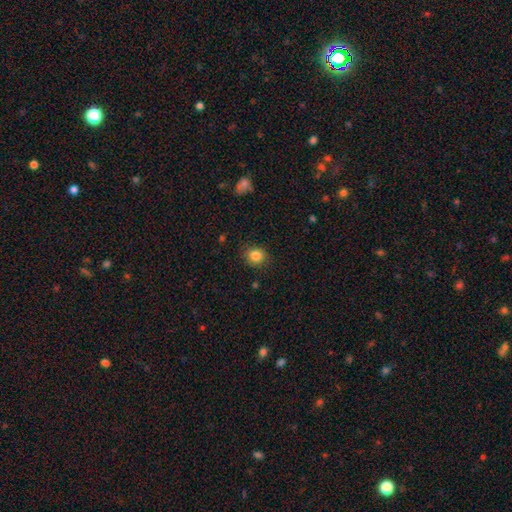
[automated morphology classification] This is clearly a smooth galaxy (84%). How rounded: likely round (78%). Merging: clearly none (86%).